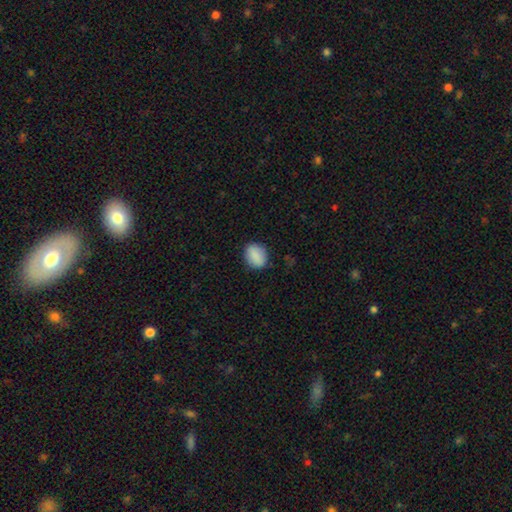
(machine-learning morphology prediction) This is clearly a smooth galaxy (87%). How rounded: possibly in between (50%). Merging: clearly none (84%).